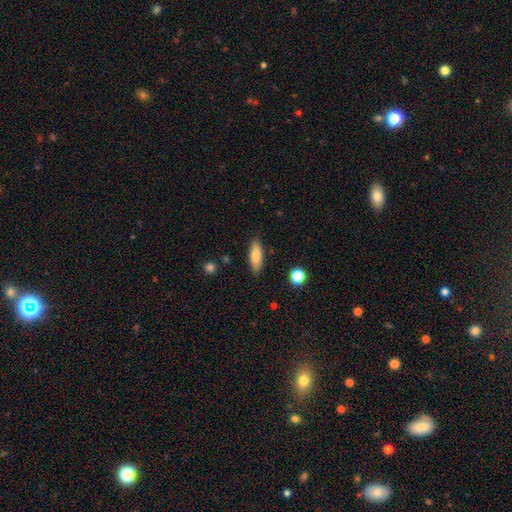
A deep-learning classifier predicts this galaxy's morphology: This is likely a smooth galaxy (78%). How rounded: likely in between (61%). Merging: clearly none (87%).